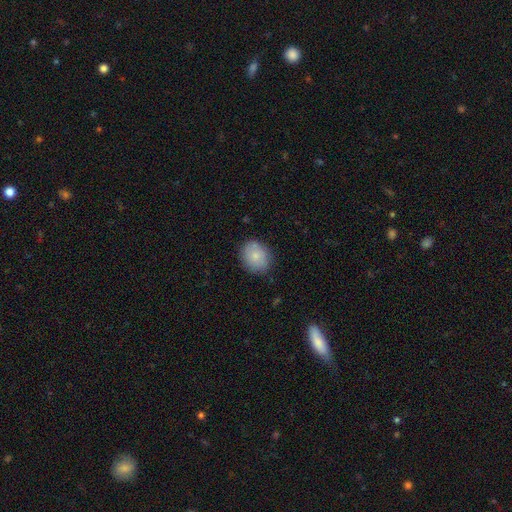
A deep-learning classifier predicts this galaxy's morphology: Smooth or featured? Predicted: smooth (p=0.81). How rounded? Predicted: round (p=0.59). Merging? Predicted: none (p=0.81).